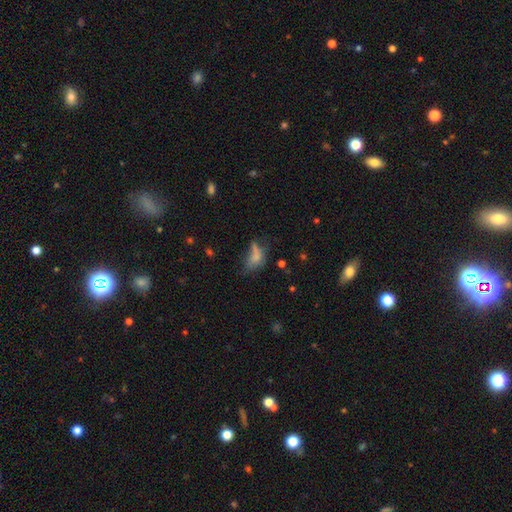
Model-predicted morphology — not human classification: Smooth or featured: smooth — 62% (featured or disk — 22%)
How rounded: in between — 80% (cigar-shaped — 12%)
Merging: major disturbance — 37% (none — 28%)